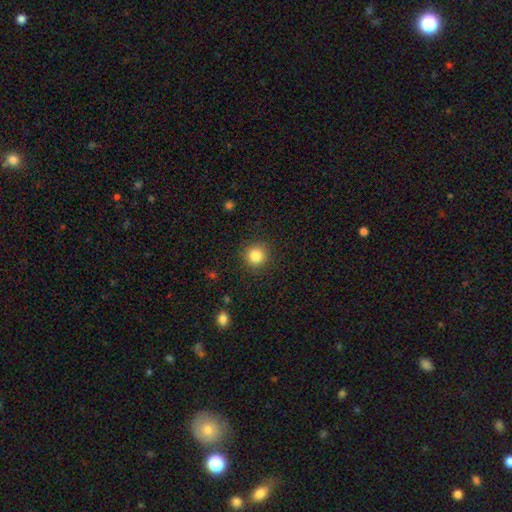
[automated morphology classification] Smooth or featured?
  - smooth: 84% *
  - star or artifact: 11%
  - featured or disk: 5%
How rounded?
  - round: 94% *
  - in between: 5%
  - cigar-shaped: 1%
Merging?
  - none: 90% *
  - minor disturbance: 7%
  - major disturbance: 2%
  - merger: 1%